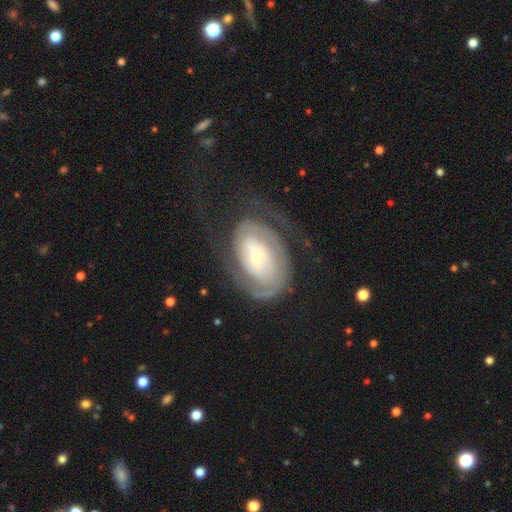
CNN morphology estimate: smooth_or_featured: featured or disk (p=0.80) [alt: smooth p=0.14]
disk_edge_on: no (p=0.96) [alt: yes p=0.04]
bar: no (p=0.60) [alt: weak p=0.28]
has_spiral_arms: yes (p=0.89) [alt: no p=0.11]
spiral_winding: tight (p=0.57) [alt: medium p=0.28]
spiral_arm_count: 2 (p=0.47) [alt: can't tell p=0.23]
bulge_size: small (p=0.58) [alt: moderate p=0.33]
merging: none (p=0.55) [alt: major disturbance p=0.27]